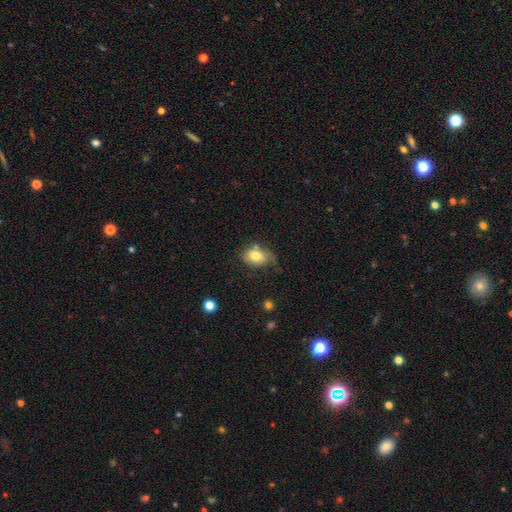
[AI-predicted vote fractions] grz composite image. It shows a smooth galaxy with no disk features (76%) that is in between round and cigar-shaped (77%). Merging: none (51%).